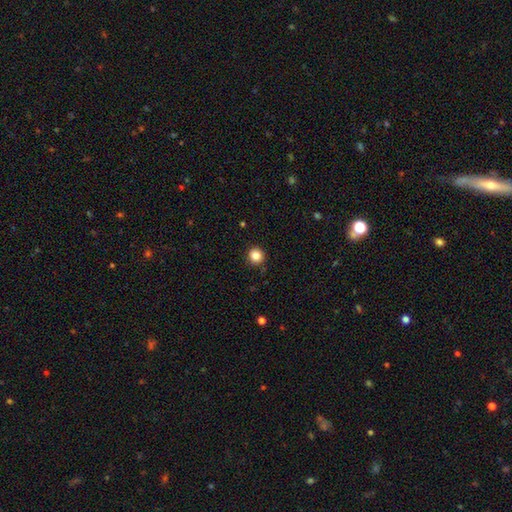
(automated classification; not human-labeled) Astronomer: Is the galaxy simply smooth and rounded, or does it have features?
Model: smooth — 85%.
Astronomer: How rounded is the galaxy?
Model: round — 93%.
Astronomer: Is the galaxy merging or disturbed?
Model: none — 90%.